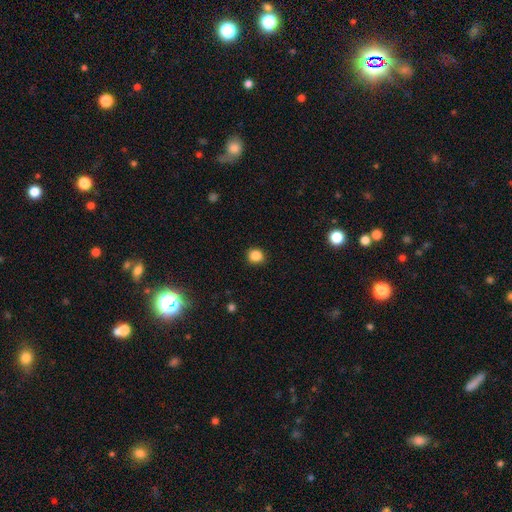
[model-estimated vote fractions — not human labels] Smooth or featured? smooth (86%)
How rounded? round (82%)
Merging? none (89%)